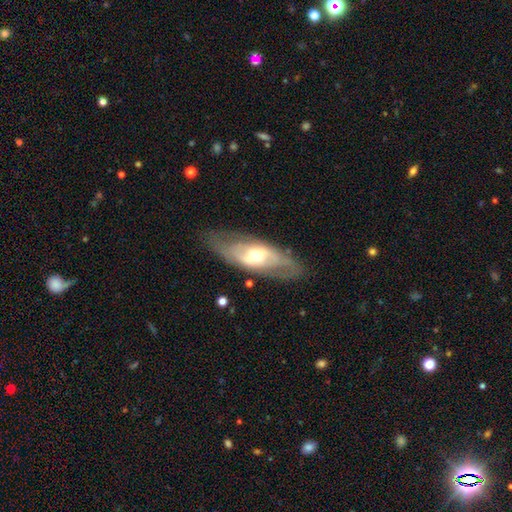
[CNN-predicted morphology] A featured or disk galaxy (67%) with no bar (49%), spiral arms (55%) and a moderate central bulge (63%). Merging: none (77%).